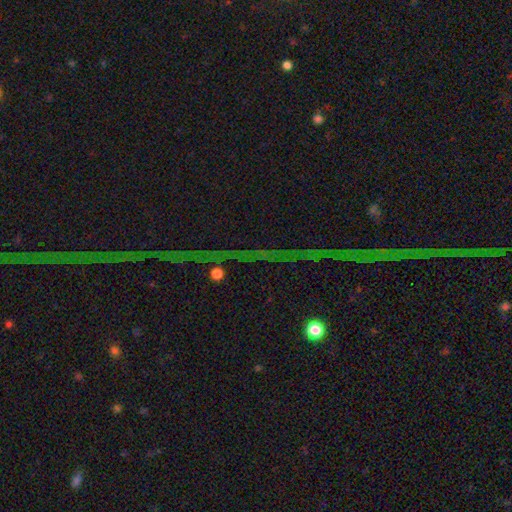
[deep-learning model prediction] This is clearly a star or artifact rather than a galaxy (81%).